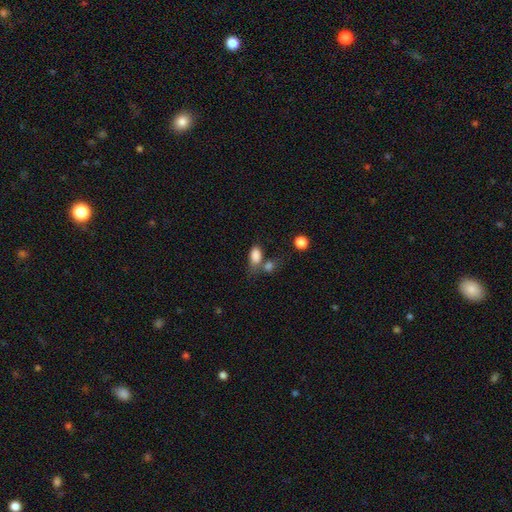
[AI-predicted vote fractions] Morphology: type=smooth (84%); roundness=in between (86%); merging=none (39%).